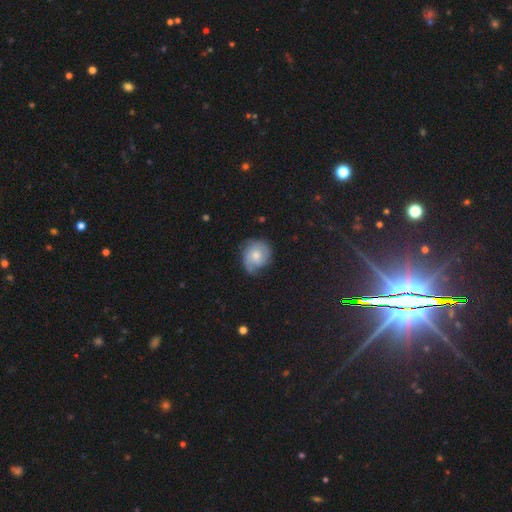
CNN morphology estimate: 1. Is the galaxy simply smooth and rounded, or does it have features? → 46% featured or disk (tied), 46% smooth (tied), 8% star or artifact.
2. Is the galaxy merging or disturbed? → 58% none, 30% minor disturbance, 11% major disturbance, 2% merger.